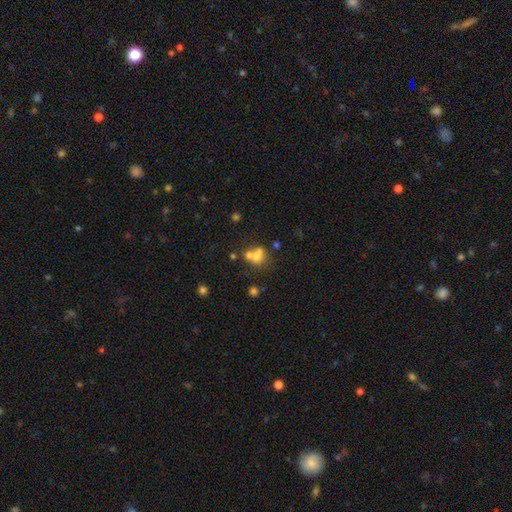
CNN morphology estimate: The model was most divided on "merging": merger: 54%, none: 32%, minor disturbance: 8%, major disturbance: 5%. More confident: how rounded — round (67%); smooth or featured — smooth (62%).